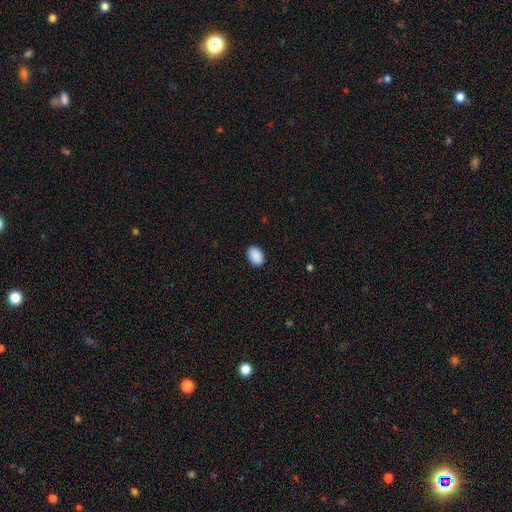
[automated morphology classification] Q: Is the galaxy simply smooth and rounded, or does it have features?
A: smooth — 91%.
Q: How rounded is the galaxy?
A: in between — 84%.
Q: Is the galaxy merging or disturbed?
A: none — 89%.